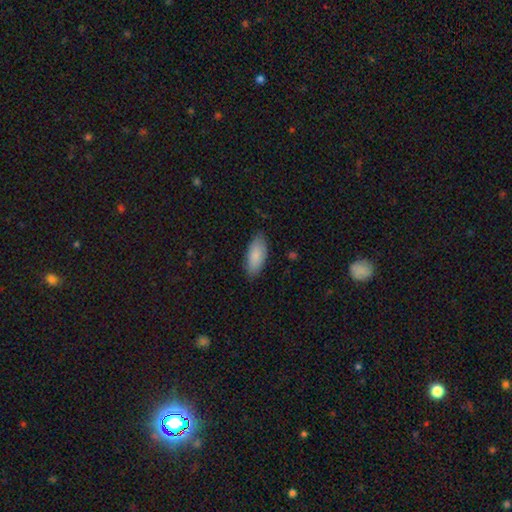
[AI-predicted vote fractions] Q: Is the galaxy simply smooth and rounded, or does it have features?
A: smooth — 87%.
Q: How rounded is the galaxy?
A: in between — 85%.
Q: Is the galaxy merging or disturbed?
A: none — 83%.